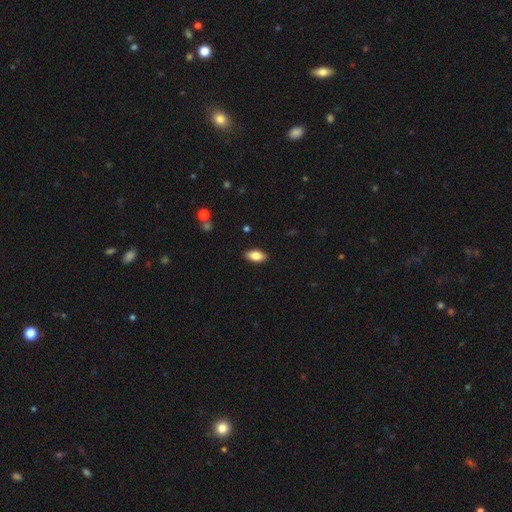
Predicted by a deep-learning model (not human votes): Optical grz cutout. It shows a smooth galaxy with no disk features (82%) that is in between round and cigar-shaped (90%). Merging: none (89%).